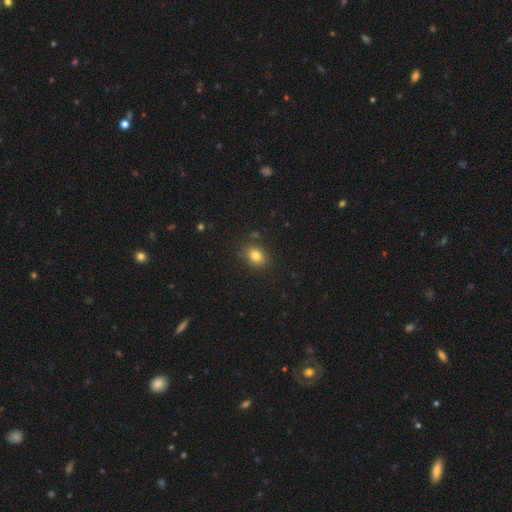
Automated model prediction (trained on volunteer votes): The model was most divided on "how rounded": in between: 61%, round: 38%, cigar-shaped: 1%. More confident: merging — none (83%); smooth or featured — smooth (81%).